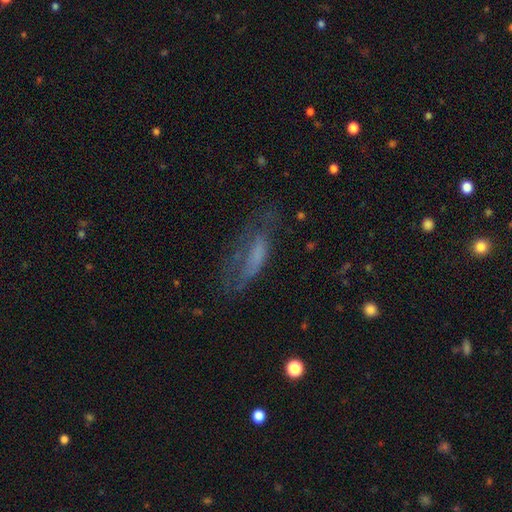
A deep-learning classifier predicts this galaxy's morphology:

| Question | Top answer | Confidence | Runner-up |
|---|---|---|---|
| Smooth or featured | smooth | 46% | featured or disk (40%) |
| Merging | none | 44% | major disturbance (28%) |